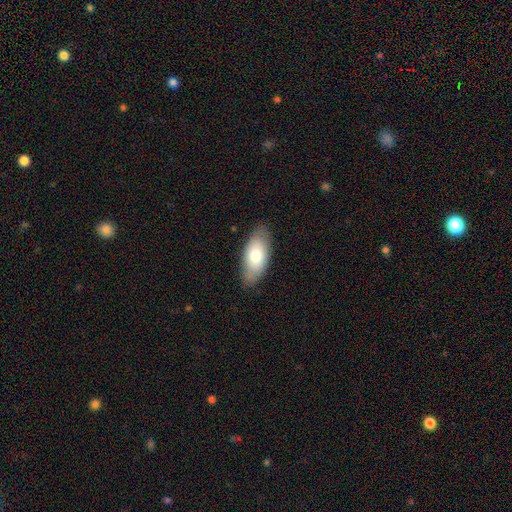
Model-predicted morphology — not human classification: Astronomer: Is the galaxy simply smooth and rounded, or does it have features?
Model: smooth — 74%.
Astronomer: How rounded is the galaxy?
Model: in between — 90%.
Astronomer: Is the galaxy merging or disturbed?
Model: none — 82%.